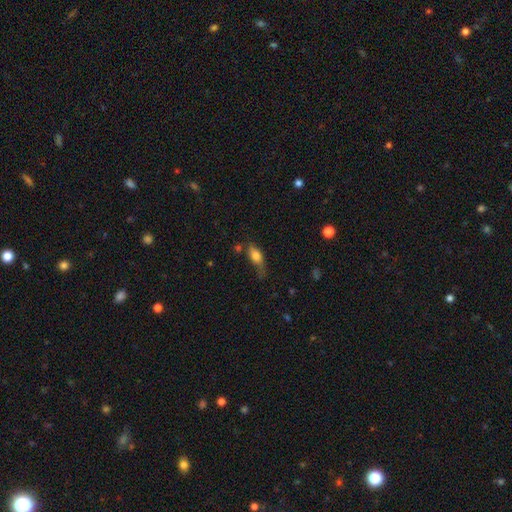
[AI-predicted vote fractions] Morphology: type=smooth (73%); roundness=in between (78%); merging=none (42%).